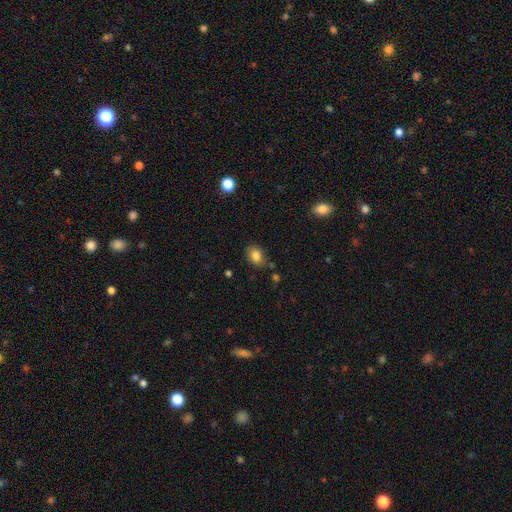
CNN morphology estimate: type=smooth (84%); roundness=in between (73%); merging=none (76%).